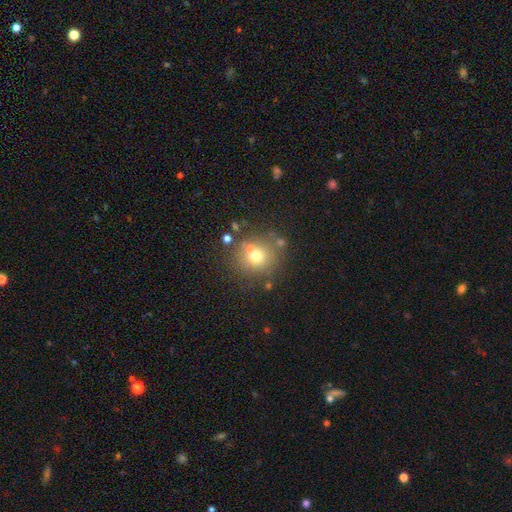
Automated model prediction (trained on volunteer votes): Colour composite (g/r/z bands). It shows a smooth galaxy with no disk features (68%) that is round (87%). Merging: none (71%).